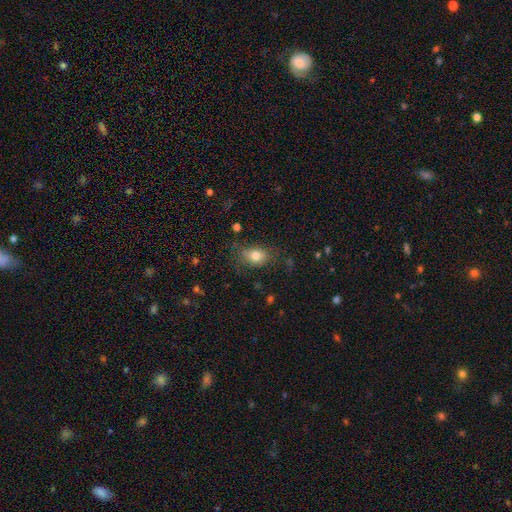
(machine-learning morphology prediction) Q: Smooth or featured?
A: smooth (80%); runner-up: star or artifact (11%)
Q: How rounded?
A: in between (65%); runner-up: round (34%)
Q: Merging?
A: none (70%); runner-up: minor disturbance (20%)